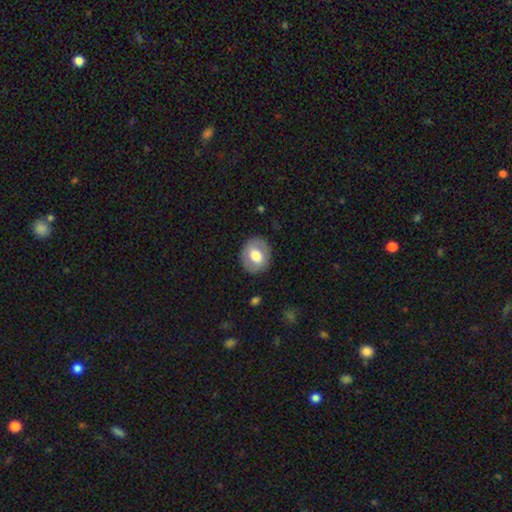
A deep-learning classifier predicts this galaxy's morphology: smooth 63%, featured or disk 31%, star or artifact 7%. Down the decision tree: how rounded — round (61%); merging — none (85%).